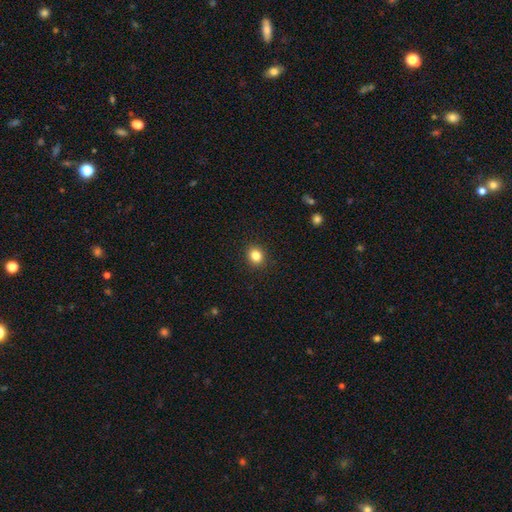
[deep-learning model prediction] Smooth or featured?
  - smooth: 84% *
  - star or artifact: 11%
  - featured or disk: 5%
How rounded?
  - round: 74% *
  - in between: 25%
  - cigar-shaped: 1%
Merging?
  - none: 91% *
  - minor disturbance: 6%
  - major disturbance: 2%
  - merger: 1%